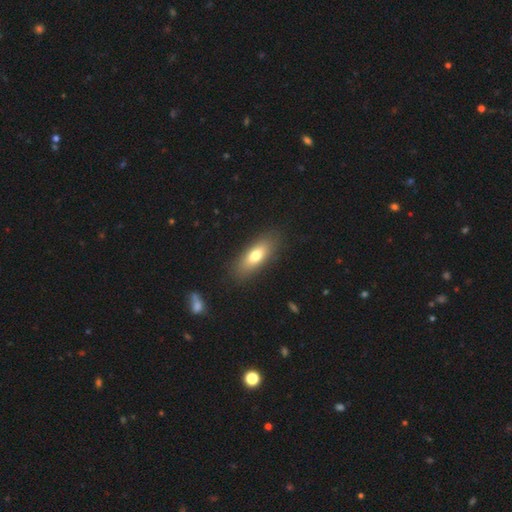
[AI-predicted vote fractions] smooth 71%, featured or disk 22%, star or artifact 7%. Down the decision tree: how rounded — in between (71%); merging — none (86%).